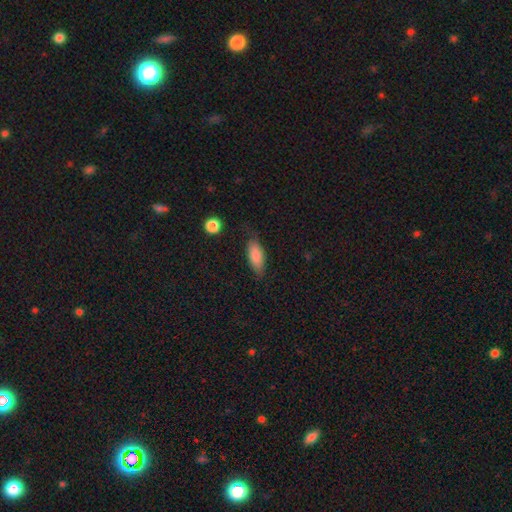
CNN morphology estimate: Q: Smooth or featured?
A: smooth (84%); runner-up: featured or disk (9%)
Q: How rounded?
A: in between (77%); runner-up: cigar-shaped (21%)
Q: Merging?
A: none (72%); runner-up: minor disturbance (20%)